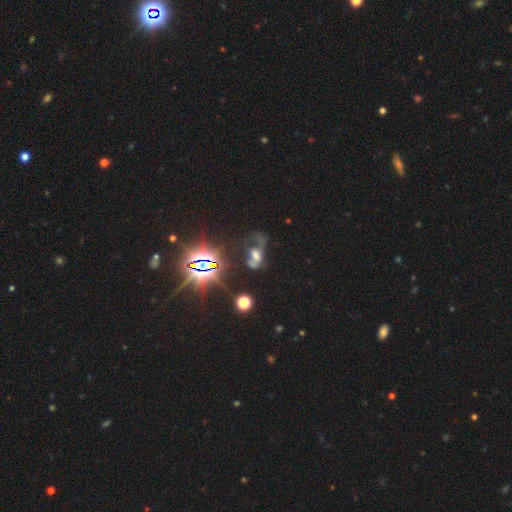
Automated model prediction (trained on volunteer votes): smooth-or-featured: featured or disk: 41% | smooth: 30% | star or artifact: 29%
  merging: major disturbance: 44% | none: 21% | merger: 21% | minor disturbance: 14%